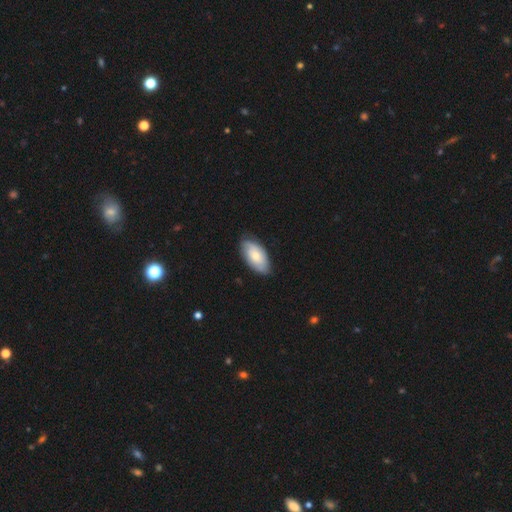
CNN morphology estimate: Smooth or featured? Predicted: smooth (p=0.59). How rounded? Predicted: in between (p=0.94). Merging? Predicted: none (p=0.80).